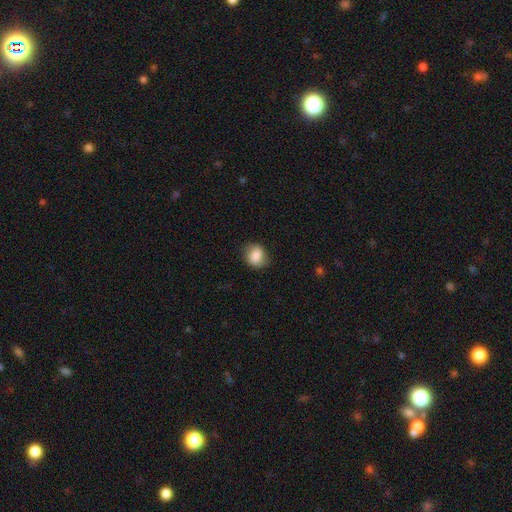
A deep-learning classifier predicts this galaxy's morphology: Q: Smooth or featured?
A: smooth (82%); runner-up: featured or disk (10%)
Q: How rounded?
A: round (58%); runner-up: in between (41%)
Q: Merging?
A: none (76%); runner-up: minor disturbance (18%)